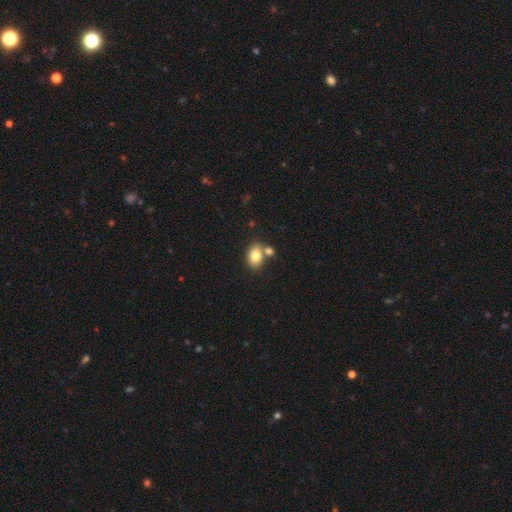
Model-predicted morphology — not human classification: This appears to be a smooth galaxy with no disk features (82%) that is in between round and cigar-shaped (75%). Merging: none (57%).